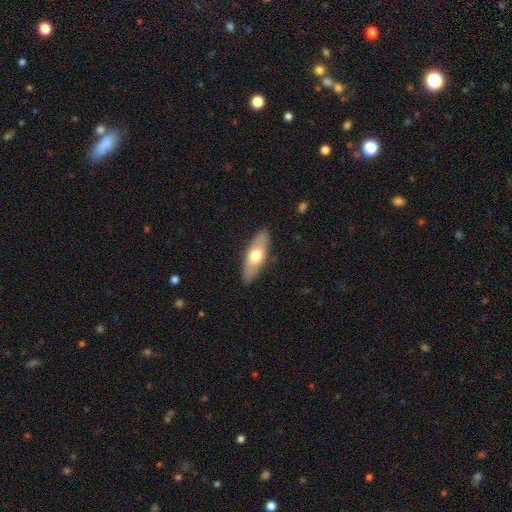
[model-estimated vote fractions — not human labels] Smooth or featured?
  - smooth: 61% *
  - featured or disk: 34%
  - star or artifact: 5%
How rounded?
  - in between: 64% *
  - cigar-shaped: 34%
  - round: 3%
Merging?
  - none: 87% *
  - minor disturbance: 10%
  - major disturbance: 2%
  - merger: 1%